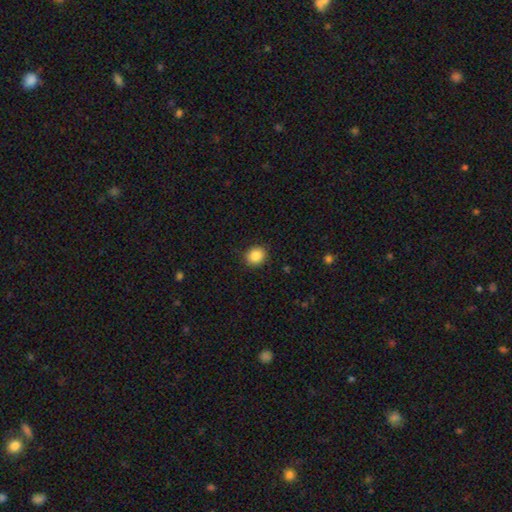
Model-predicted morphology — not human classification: Smooth or featured: smooth — 87% (star or artifact — 9%)
How rounded: round — 77% (in between — 22%)
Merging: none — 89% (minor disturbance — 7%)